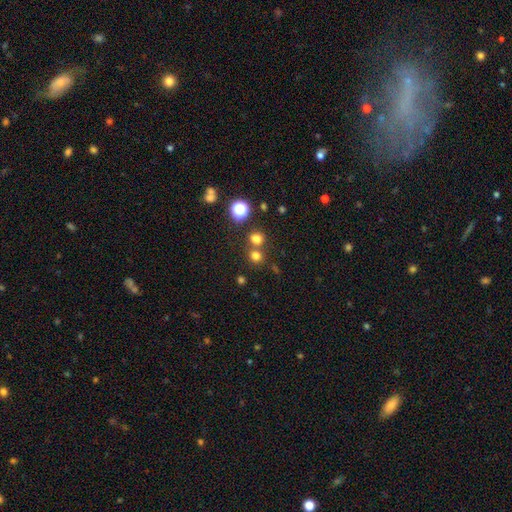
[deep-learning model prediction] smooth-or-featured: smooth: 72% | star or artifact: 22% | featured or disk: 6%
  how-rounded: round: 87% | in between: 12% | cigar-shaped: 1%
  merging: none: 65% | merger: 26% | minor disturbance: 6% | major disturbance: 3%